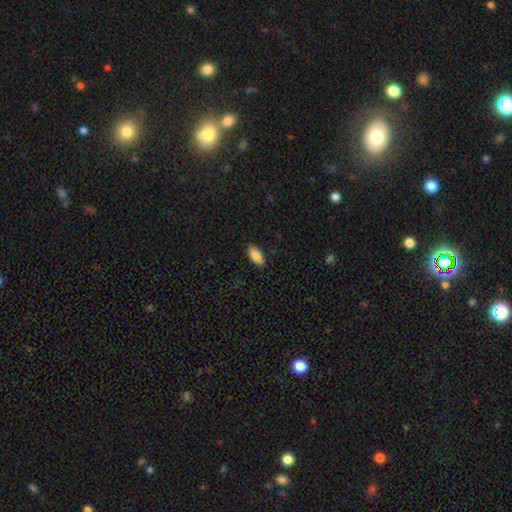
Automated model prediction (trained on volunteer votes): Morphology: type=smooth (87%); roundness=in between (92%); merging=none (88%).